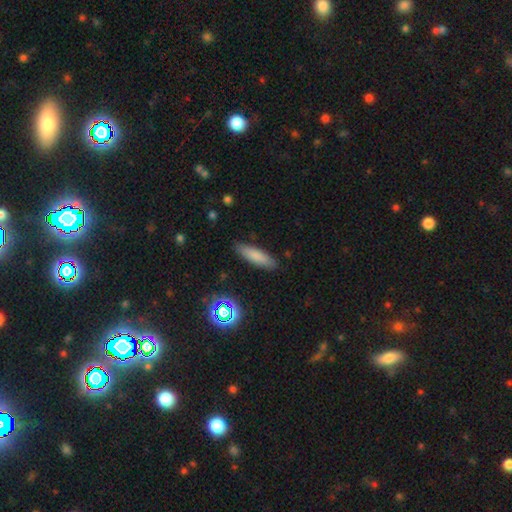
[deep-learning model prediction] Q: Smooth or featured?
A: smooth (79%); runner-up: featured or disk (12%)
Q: How rounded?
A: cigar-shaped (65%); runner-up: in between (33%)
Q: Merging?
A: none (87%); runner-up: minor disturbance (9%)